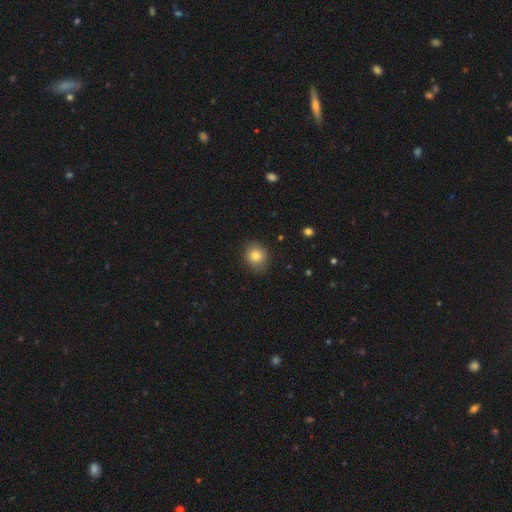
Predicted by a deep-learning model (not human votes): smooth-or-featured: smooth: 81% | star or artifact: 11% | featured or disk: 8%
  how-rounded: round: 72% | in between: 27% | cigar-shaped: 1%
  merging: none: 85% | minor disturbance: 11% | major disturbance: 3% | merger: 1%